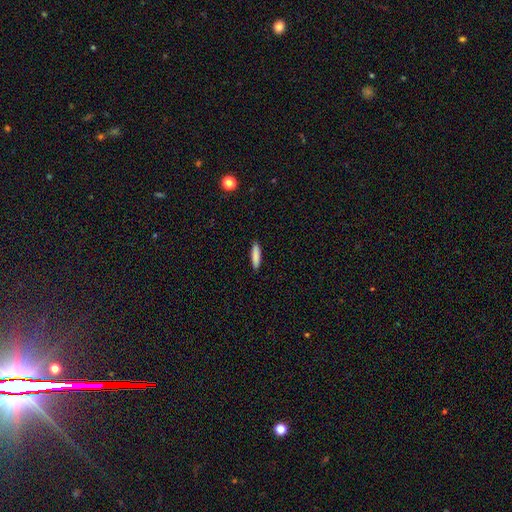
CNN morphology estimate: smooth-or-featured: smooth: 86% | featured or disk: 8% | star or artifact: 6%
  how-rounded: cigar-shaped: 78% | in between: 20% | round: 1%
  merging: none: 90% | minor disturbance: 7% | major disturbance: 2% | merger: 1%